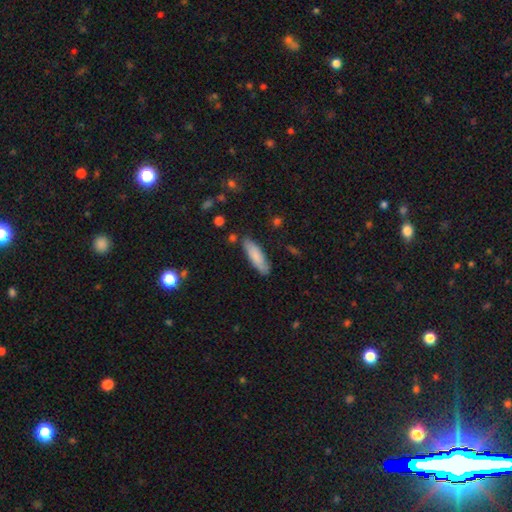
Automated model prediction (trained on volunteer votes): Overall: smooth (82%). How rounded: cigar-shaped (56%; in between 43%). Merging: none (81%).